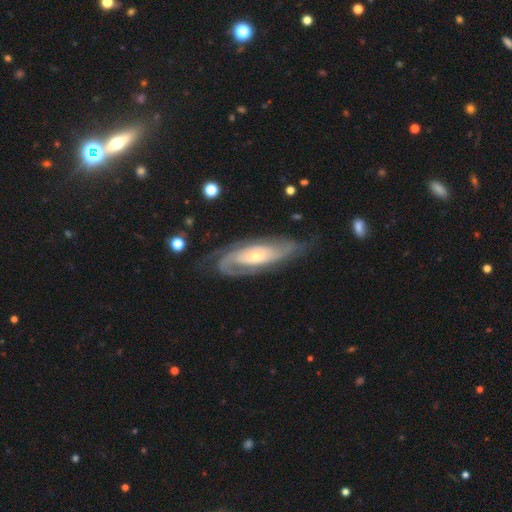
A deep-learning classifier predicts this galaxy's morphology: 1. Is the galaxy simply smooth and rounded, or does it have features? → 85% featured or disk, 10% smooth, 5% star or artifact.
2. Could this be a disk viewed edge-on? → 89% no, 11% yes.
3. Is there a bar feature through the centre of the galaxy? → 66% no, 23% weak, 10% strong.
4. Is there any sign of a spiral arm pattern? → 95% yes, 5% no.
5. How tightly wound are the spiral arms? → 55% tight, 34% medium, 11% loose.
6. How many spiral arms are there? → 58% 2, 21% can't tell, 10% 3, 5% 1, 3% 4, 3% more than 4.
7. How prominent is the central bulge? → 62% small, 34% moderate, 2% large, 1% none, 1% dominant.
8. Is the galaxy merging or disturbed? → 70% none, 19% minor disturbance, 9% major disturbance, 2% merger.